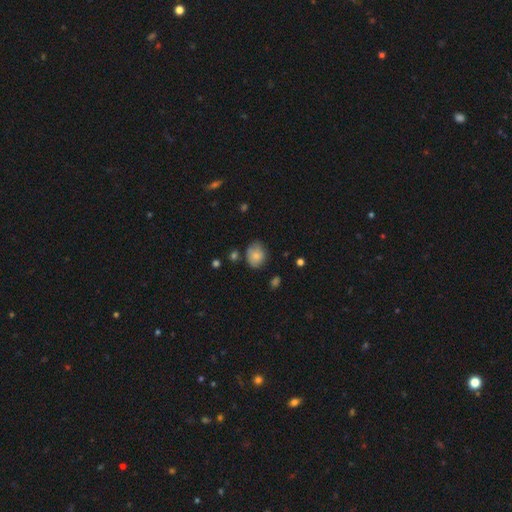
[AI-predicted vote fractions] A smooth galaxy with no disk features (79%) that is round (55%).

Vote fractions:
- Smooth or featured? smooth: 79% / featured or disk: 12% / star or artifact: 8%
- How rounded? round: 55% / in between: 44% / cigar-shaped: 1%
- Merging? none: 66% / minor disturbance: 25% / major disturbance: 5% / merger: 4%